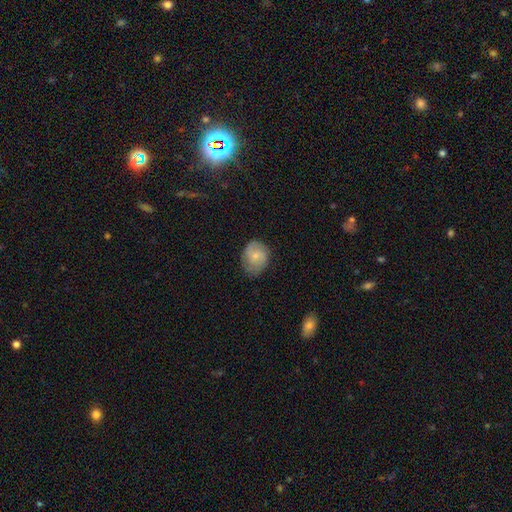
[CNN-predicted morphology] This appears to be a smooth galaxy with no disk features (56%) that is round (58%). Merging: none (70%).